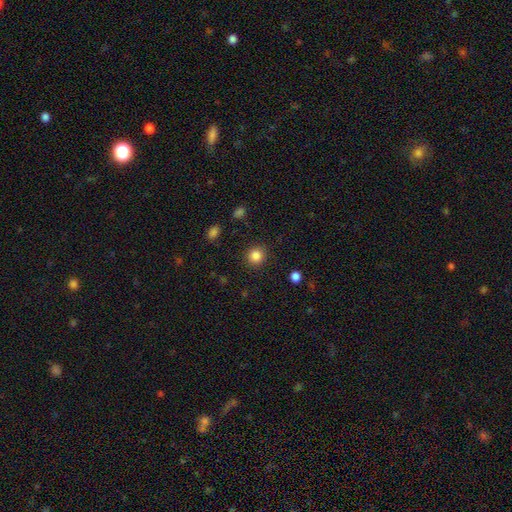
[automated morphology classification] Smooth or featured? smooth (85%)
How rounded? round (92%)
Merging? none (90%)